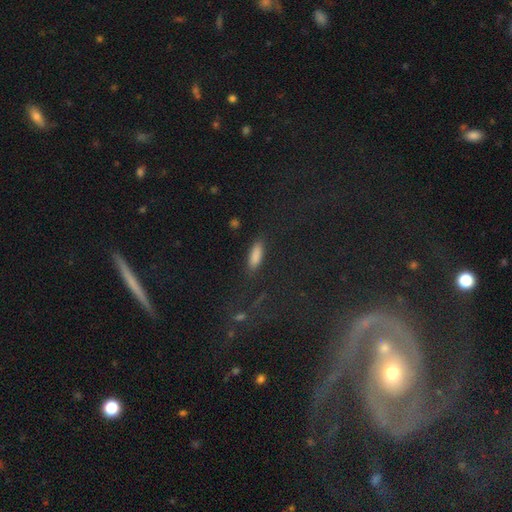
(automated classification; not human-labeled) Smooth or featured: smooth — 85% (star or artifact — 9%)
How rounded: in between — 60% (cigar-shaped — 37%)
Merging: none — 84% (minor disturbance — 11%)